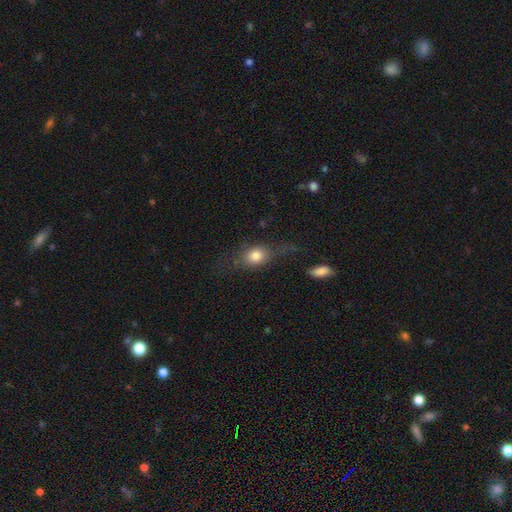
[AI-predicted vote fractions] A smooth galaxy with no disk features (76%) that is in between round and cigar-shaped (53%).

Vote fractions:
- Smooth or featured? smooth: 76% / featured or disk: 15% / star or artifact: 9%
- How rounded? in between: 53% / round: 42% / cigar-shaped: 6%
- Merging? none: 49% / major disturbance: 23% / minor disturbance: 22% / merger: 6%